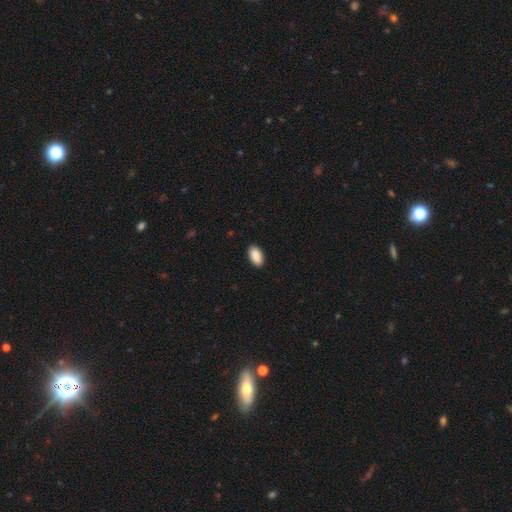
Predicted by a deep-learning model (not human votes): smooth 91%, star or artifact 6%, featured or disk 3%. Down the decision tree: how rounded — in between (95%); merging — none (90%).